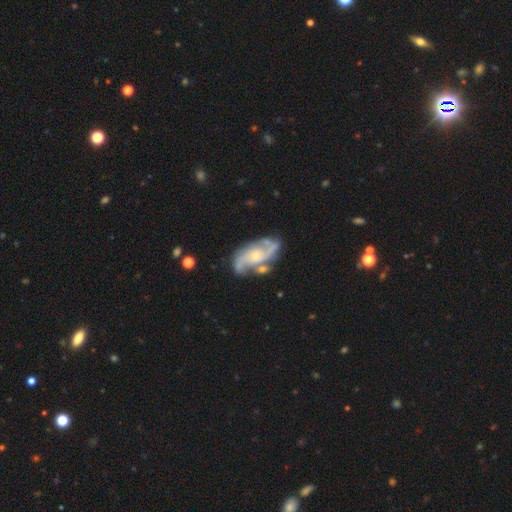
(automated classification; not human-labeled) smooth-or-featured: featured or disk: 87% | smooth: 8% | star or artifact: 5%
  disk-edge-on: no: 96% | yes: 4%
    bar: no: 60% | weak: 32% | strong: 8%
    has-spiral-arms: yes: 96% | no: 4%
      spiral-winding: medium: 51% | loose: 28% | tight: 21%
      spiral-arm-count: 2: 78% | 3: 9% | can't tell: 7% | 4: 2% | 1: 2% | more than 4: 2%
    bulge-size: small: 56% | moderate: 38% | none: 2% | large: 2% | dominant: 1%
  merging: none: 66% | minor disturbance: 18% | merger: 8% | major disturbance: 7%